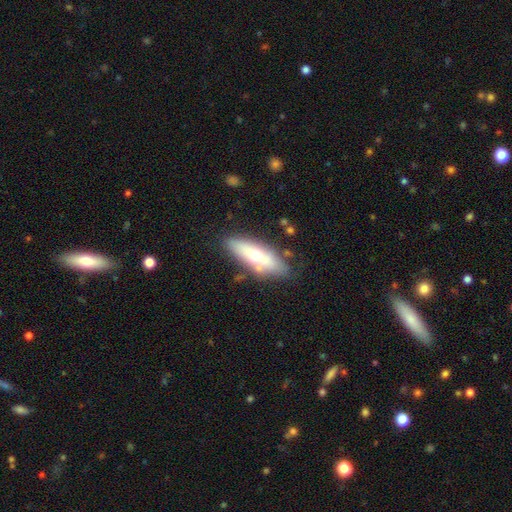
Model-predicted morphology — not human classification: smooth-or-featured: smooth: 53% | featured or disk: 40% | star or artifact: 7%
  how-rounded: in between: 56% | cigar-shaped: 41% | round: 3%
  merging: none: 73% | minor disturbance: 16% | merger: 7% | major disturbance: 5%